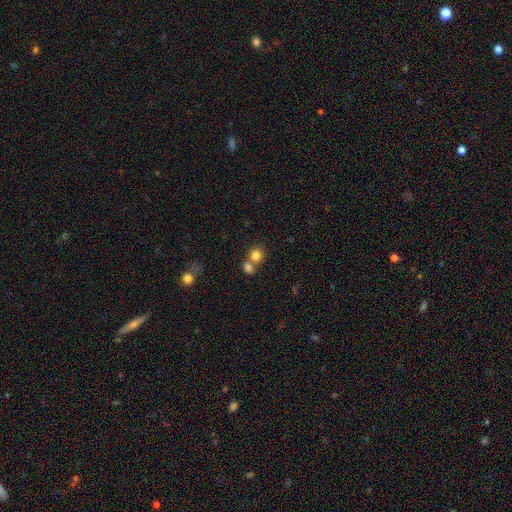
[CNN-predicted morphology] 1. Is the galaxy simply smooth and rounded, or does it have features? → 82% smooth, 11% star or artifact, 7% featured or disk.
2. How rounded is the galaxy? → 76% round, 23% in between, 1% cigar-shaped.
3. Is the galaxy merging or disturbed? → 48% none, 41% merger, 8% minor disturbance, 3% major disturbance.